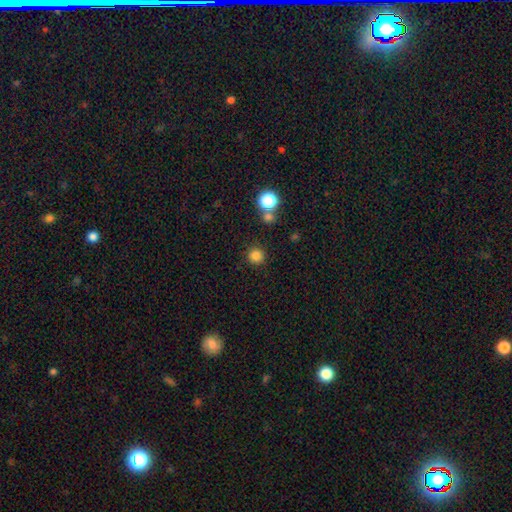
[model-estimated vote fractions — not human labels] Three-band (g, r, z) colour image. It shows a smooth galaxy with no disk features (83%) that is round (94%). Merging: none (86%).